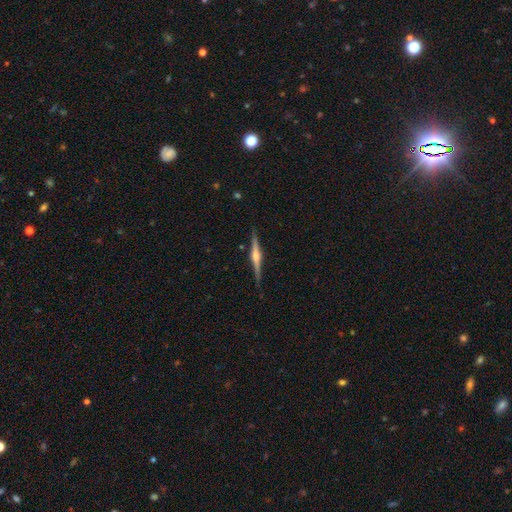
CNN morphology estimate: Overall: featured or disk (82%). Edge-on disk: yes (98%). Edge-on bulge: rounded (84%). Merging: none (90%).